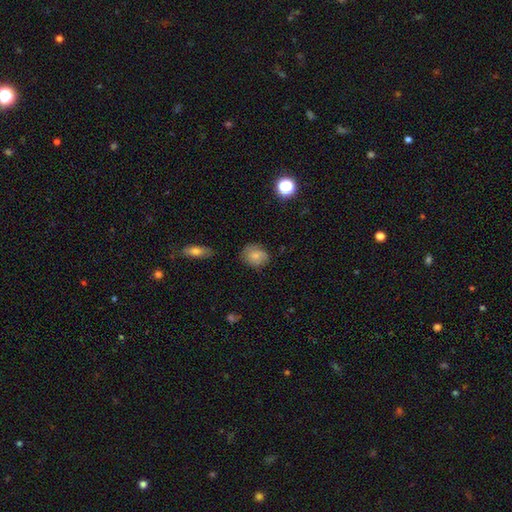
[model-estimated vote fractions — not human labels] This appears to be a smooth galaxy with no disk features (75%) that is round (62%). Merging: none (71%).